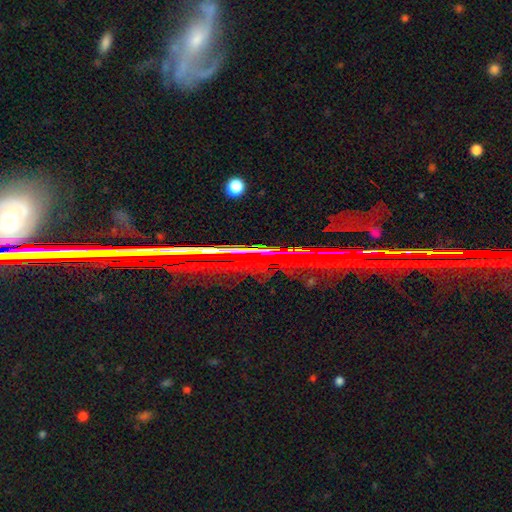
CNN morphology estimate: smooth-or-featured: star or artifact: 66% | featured or disk: 24% | smooth: 10%